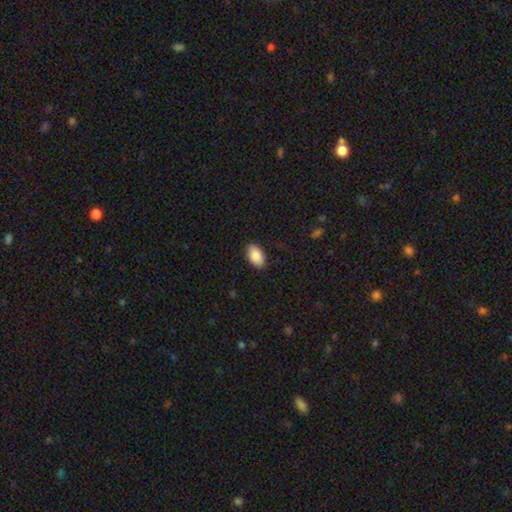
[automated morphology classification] Smooth or featured?
  - smooth: 89% *
  - star or artifact: 6%
  - featured or disk: 4%
How rounded?
  - in between: 94% *
  - round: 5%
  - cigar-shaped: 2%
Merging?
  - none: 88% *
  - minor disturbance: 9%
  - major disturbance: 2%
  - merger: 1%